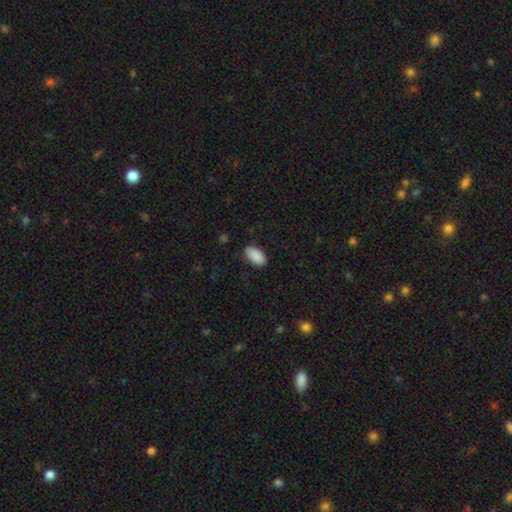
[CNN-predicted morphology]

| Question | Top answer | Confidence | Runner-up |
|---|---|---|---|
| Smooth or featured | smooth | 90% | star or artifact (7%) |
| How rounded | in between | 95% | round (3%) |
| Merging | none | 85% | minor disturbance (12%) |